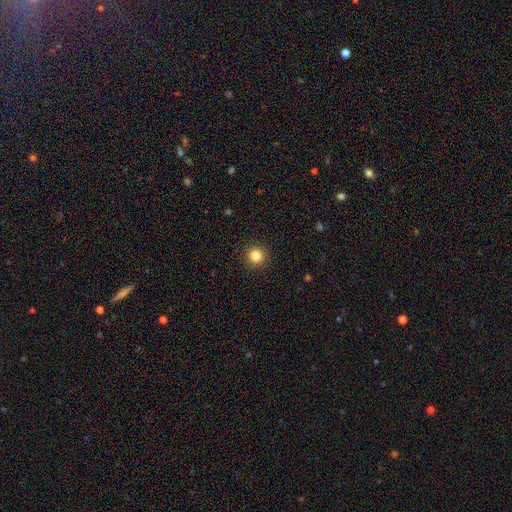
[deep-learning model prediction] smooth-or-featured: smooth: 84% | star or artifact: 12% | featured or disk: 4%
  how-rounded: round: 95% | in between: 4% | cigar-shaped: 1%
  merging: none: 93% | minor disturbance: 5% | major disturbance: 2% | merger: 1%